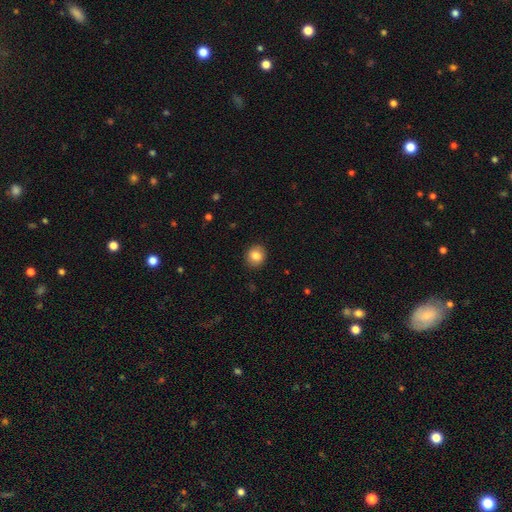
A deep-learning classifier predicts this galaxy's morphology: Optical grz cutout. It shows a smooth galaxy with no disk features (85%) that is round (81%). Merging: none (90%).